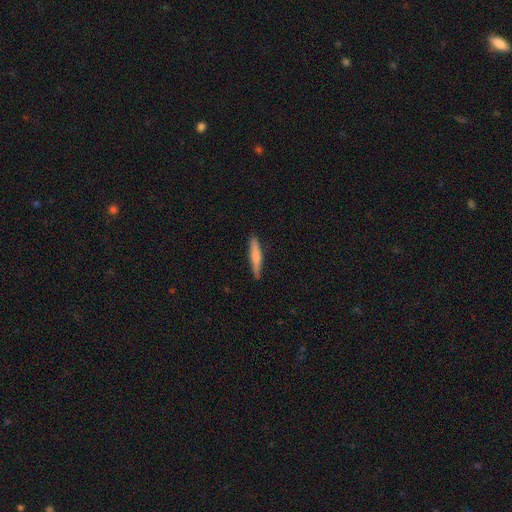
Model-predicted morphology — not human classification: smooth 69%, featured or disk 26%, star or artifact 5%. Down the decision tree: how rounded — cigar-shaped (93%); merging — none (86%).